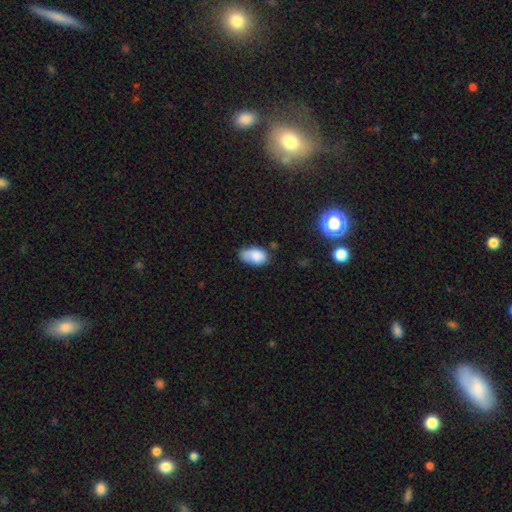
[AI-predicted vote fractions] Smooth or featured: smooth — 82% (featured or disk — 10%)
How rounded: in between — 93% (round — 5%)
Merging: none — 52% (minor disturbance — 33%)